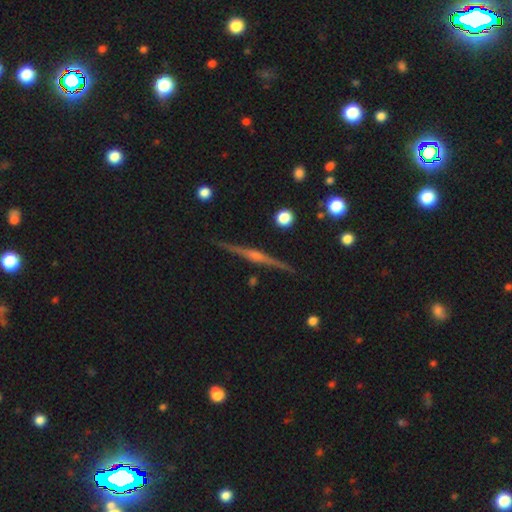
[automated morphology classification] smooth_or_featured: featured or disk (p=0.81) [alt: smooth p=0.12]
disk_edge_on: yes (p=0.98) [alt: no p=0.02]
edge_on_bulge: rounded (p=0.73) [alt: none p=0.15]
merging: none (p=0.91) [alt: minor disturbance p=0.06]